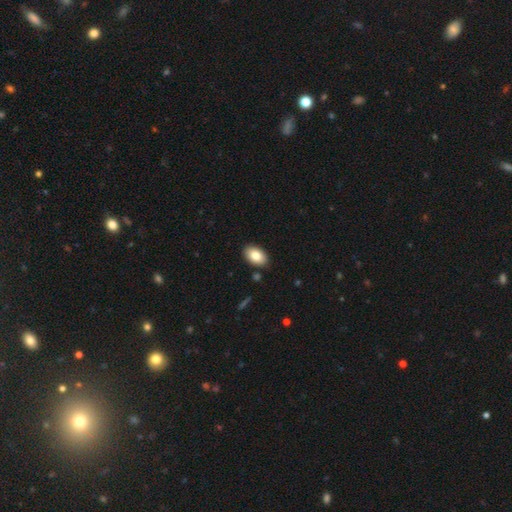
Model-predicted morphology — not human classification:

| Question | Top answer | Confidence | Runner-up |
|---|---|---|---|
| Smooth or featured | smooth | 84% | featured or disk (10%) |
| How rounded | in between | 92% | round (7%) |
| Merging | none | 88% | minor disturbance (8%) |